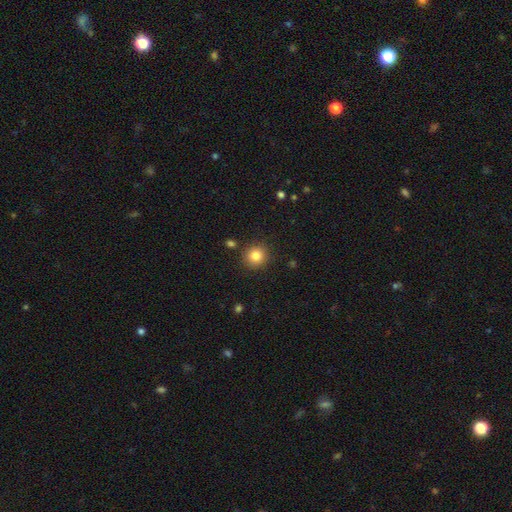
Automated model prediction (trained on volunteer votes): The model was most divided on "smooth or featured": smooth: 84%, star or artifact: 11%, featured or disk: 5%. More confident: how rounded — round (90%); merging — none (88%).